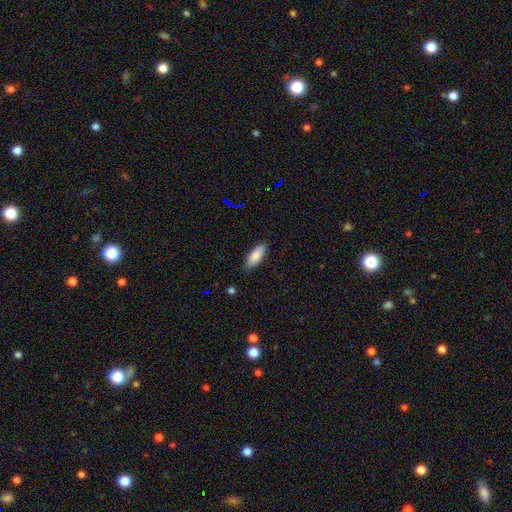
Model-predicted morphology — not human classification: smooth 85%, featured or disk 8%, star or artifact 7%. Down the decision tree: how rounded — in between (79%); merging — none (86%).